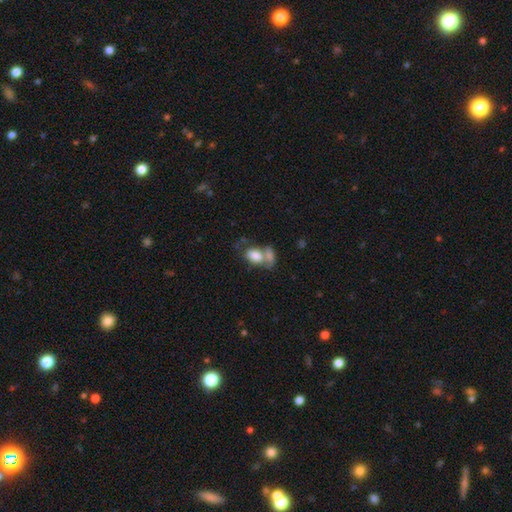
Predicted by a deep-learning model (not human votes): smooth-or-featured: smooth: 78% | featured or disk: 14% | star or artifact: 8%
  how-rounded: in between: 85% | round: 14% | cigar-shaped: 2%
  merging: merger: 54% | none: 26% | minor disturbance: 11% | major disturbance: 8%